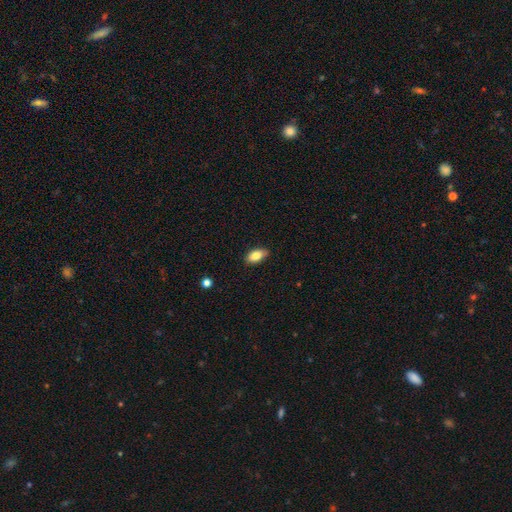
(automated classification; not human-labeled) A smooth galaxy with no disk features (83%) that is in between round and cigar-shaped (91%).

Vote fractions:
- Smooth or featured? smooth: 83% / featured or disk: 10% / star or artifact: 7%
- How rounded? in between: 91% / cigar-shaped: 5% / round: 4%
- Merging? none: 84% / minor disturbance: 13% / major disturbance: 2% / merger: 1%